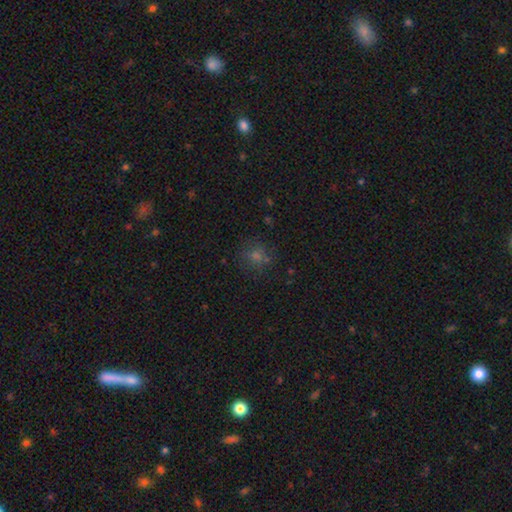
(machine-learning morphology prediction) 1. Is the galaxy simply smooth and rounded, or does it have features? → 62% smooth, 28% star or artifact, 11% featured or disk.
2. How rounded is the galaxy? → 83% round, 16% in between, 1% cigar-shaped.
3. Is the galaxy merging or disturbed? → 78% none, 13% minor disturbance, 5% major disturbance, 3% merger.